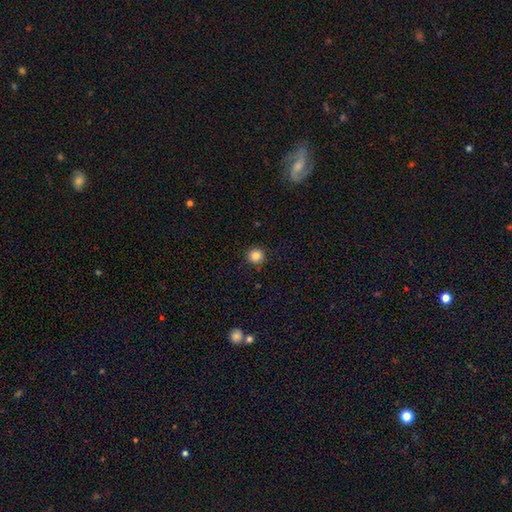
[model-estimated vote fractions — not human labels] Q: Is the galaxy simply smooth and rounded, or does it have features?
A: smooth — 84%.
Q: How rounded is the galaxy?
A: round — 95%.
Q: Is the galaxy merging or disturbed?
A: none — 91%.